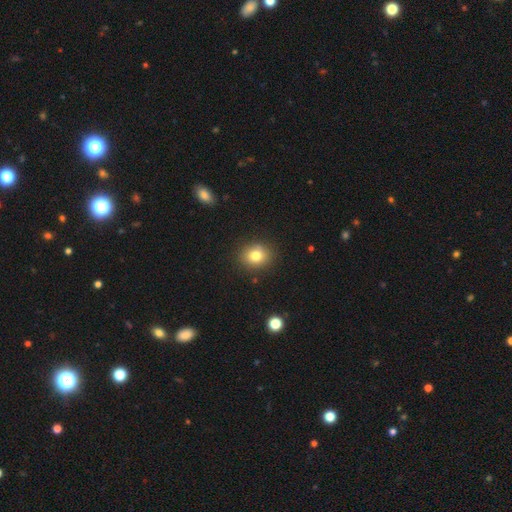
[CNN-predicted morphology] Smooth or featured? smooth (80%)
How rounded? round (66%)
Merging? none (88%)